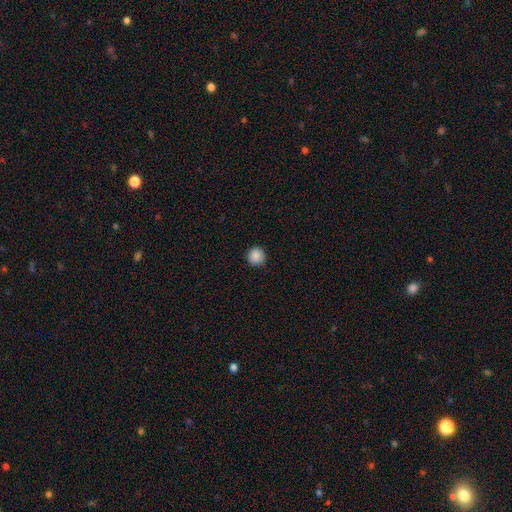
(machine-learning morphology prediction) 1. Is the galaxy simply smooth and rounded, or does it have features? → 88% smooth, 9% star or artifact, 3% featured or disk.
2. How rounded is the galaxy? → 95% round, 4% in between, 1% cigar-shaped.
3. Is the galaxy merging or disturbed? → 91% none, 7% minor disturbance, 2% major disturbance, 1% merger.